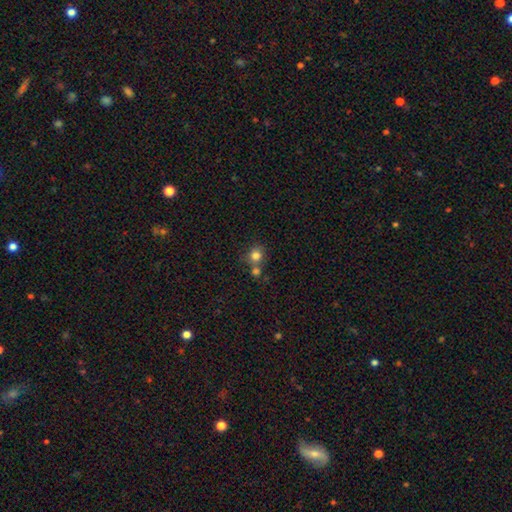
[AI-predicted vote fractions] smooth-or-featured: smooth: 81% | star or artifact: 12% | featured or disk: 7%
  how-rounded: round: 85% | in between: 14% | cigar-shaped: 1%
  merging: none: 55% | merger: 32% | minor disturbance: 9% | major disturbance: 3%